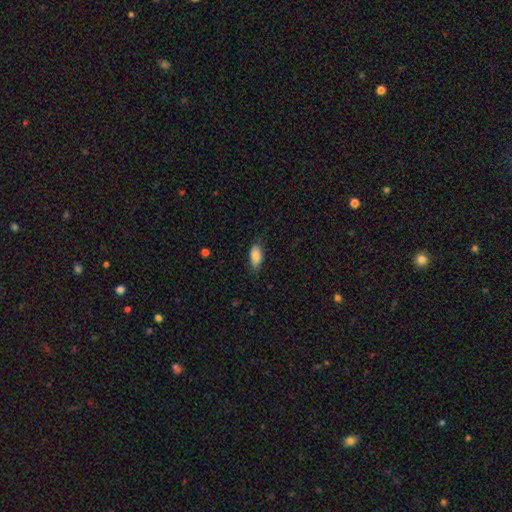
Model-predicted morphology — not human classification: type=smooth (86%); roundness=in between (87%); merging=none (77%).